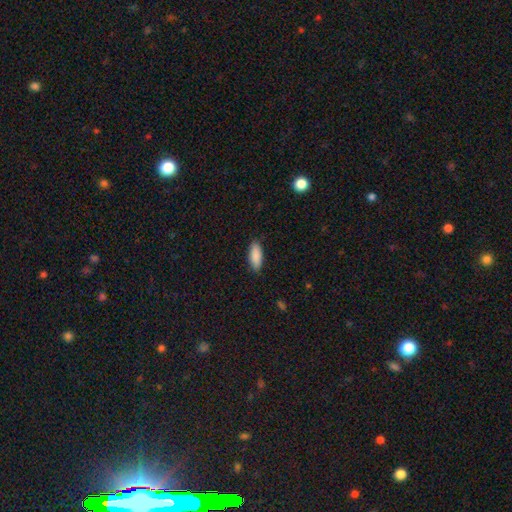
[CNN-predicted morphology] A smooth galaxy with no disk features (90%) that is in between round and cigar-shaped (75%).

Vote fractions:
- Smooth or featured? smooth: 90% / star or artifact: 6% / featured or disk: 5%
- How rounded? in between: 75% / cigar-shaped: 23% / round: 2%
- Merging? none: 87% / minor disturbance: 10% / major disturbance: 2% / merger: 1%